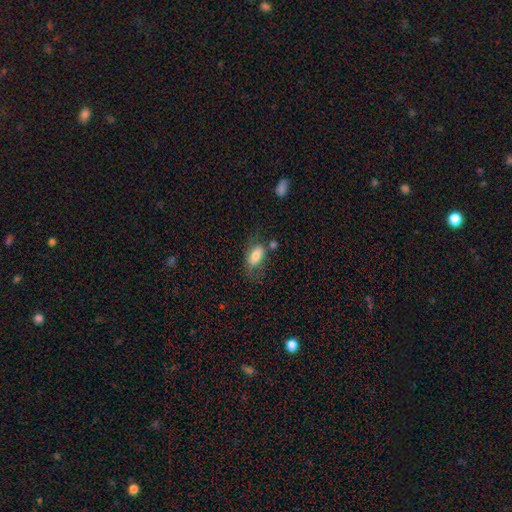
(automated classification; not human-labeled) A smooth galaxy with no disk features (74%) that is in between round and cigar-shaped (89%). Merging: none (50%).